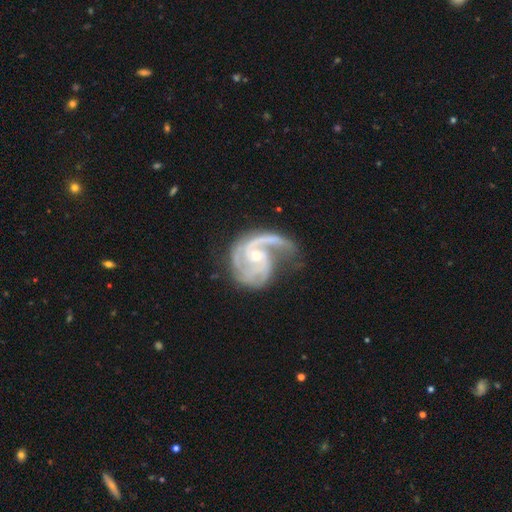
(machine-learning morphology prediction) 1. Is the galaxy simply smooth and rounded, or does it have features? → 91% featured or disk, 5% smooth, 5% star or artifact.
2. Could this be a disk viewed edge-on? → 98% no, 2% yes.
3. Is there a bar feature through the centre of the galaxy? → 58% no, 34% weak, 8% strong.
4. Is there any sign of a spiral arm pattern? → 98% yes, 2% no.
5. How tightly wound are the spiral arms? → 49% medium, 33% tight, 18% loose.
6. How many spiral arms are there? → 38% 2, 28% 3, 12% 1, 11% can't tell, 6% 4, 5% more than 4.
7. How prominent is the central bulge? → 61% small, 34% moderate, 2% none, 1% large, 1% dominant.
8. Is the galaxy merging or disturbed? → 42% none, 31% major disturbance, 23% minor disturbance, 4% merger.